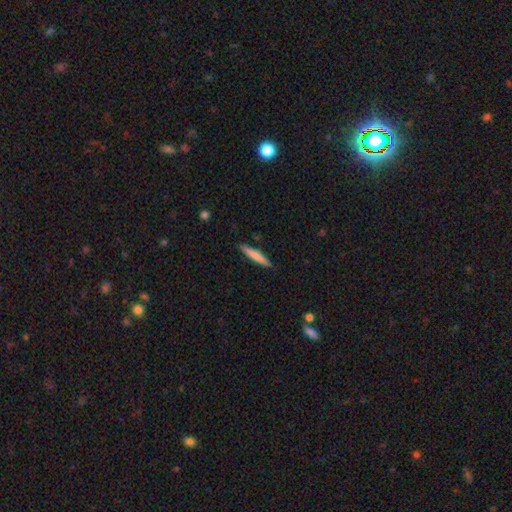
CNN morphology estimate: Smooth or featured: smooth — 72% (featured or disk — 23%)
How rounded: cigar-shaped — 94% (in between — 5%)
Merging: none — 90% (minor disturbance — 7%)